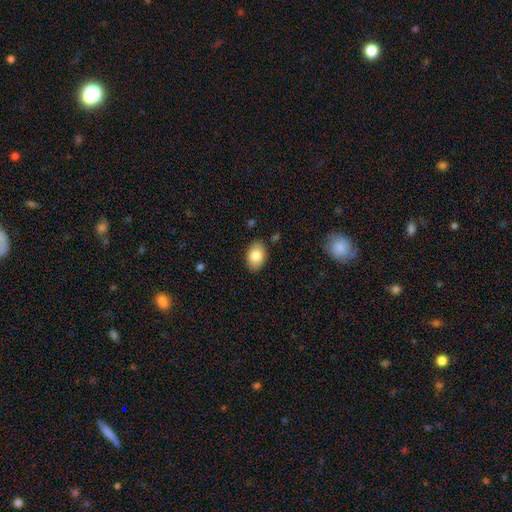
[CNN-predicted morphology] Smooth or featured? smooth (82%)
How rounded? in between (87%)
Merging? none (86%)